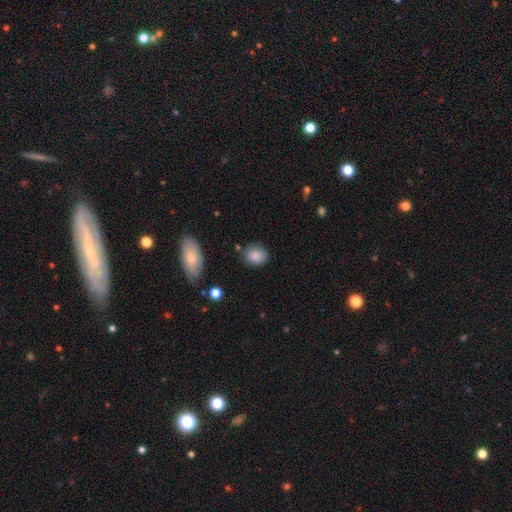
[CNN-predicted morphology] This is clearly a smooth galaxy (86%). How rounded: likely round (64%). Merging: likely none (80%).